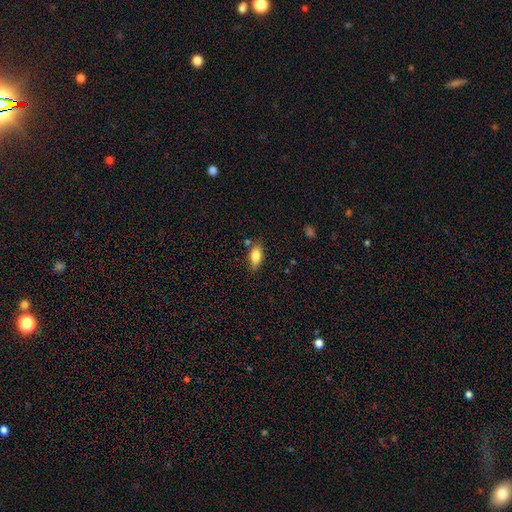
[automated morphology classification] This is clearly a smooth galaxy (82%). How rounded: clearly in between (88%). Merging: likely none (79%).